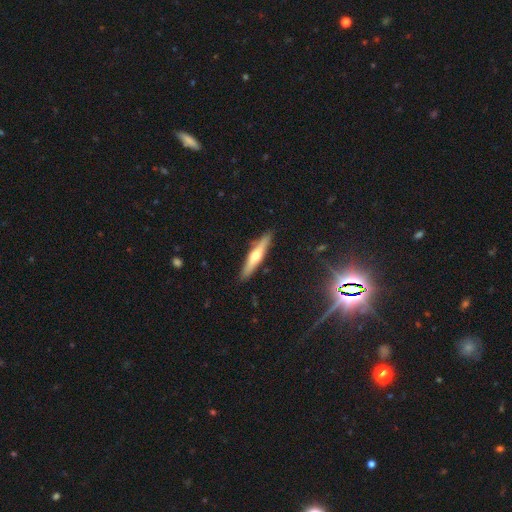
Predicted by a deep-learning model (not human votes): This appears to be a featured or disk galaxy (53%) viewed edge-on (94%) with a rounded central bulge (88%). Merging: none (88%).